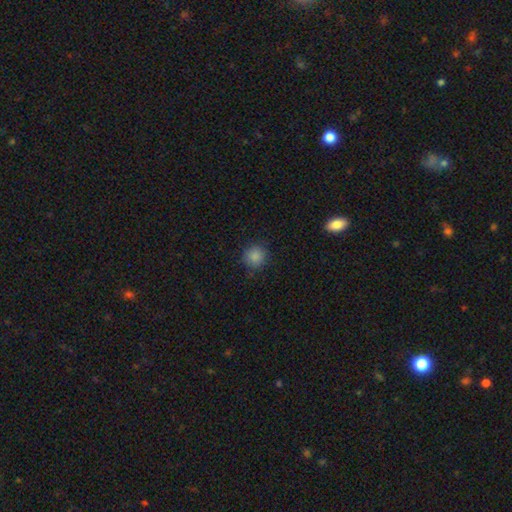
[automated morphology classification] A smooth galaxy with no disk features (86%) that is round (92%).

Vote fractions:
- Smooth or featured? smooth: 86% / star or artifact: 11% / featured or disk: 3%
- How rounded? round: 92% / in between: 7% / cigar-shaped: 1%
- Merging? none: 88% / minor disturbance: 9% / major disturbance: 3% / merger: 1%